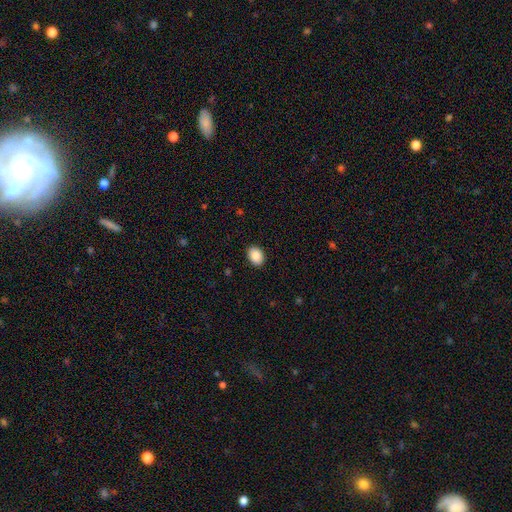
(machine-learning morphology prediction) This is clearly a smooth galaxy (89%). How rounded: likely in between (75%). Merging: clearly none (90%).